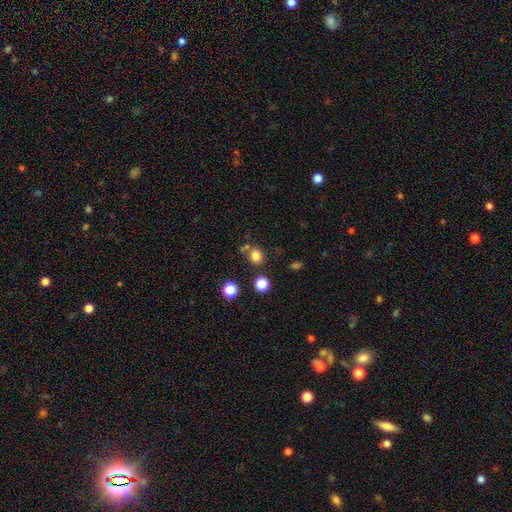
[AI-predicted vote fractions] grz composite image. It shows a smooth galaxy with no disk features (81%) that is round (76%). Merging: none (73%).